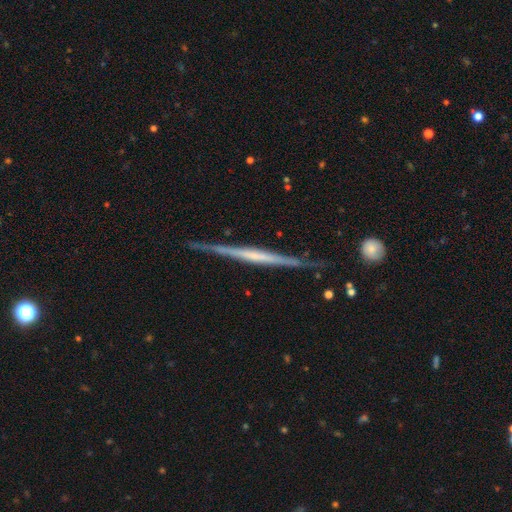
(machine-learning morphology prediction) Smooth or featured?
  - featured or disk: 76% *
  - smooth: 19%
  - star or artifact: 5%
Edge-on disk?
  - yes: 98% *
  - no: 2%
Edge-on bulge?
  - none: 66% *
  - rounded: 19%
  - boxy: 16%
Merging?
  - none: 86% *
  - minor disturbance: 11%
  - major disturbance: 2%
  - merger: 2%